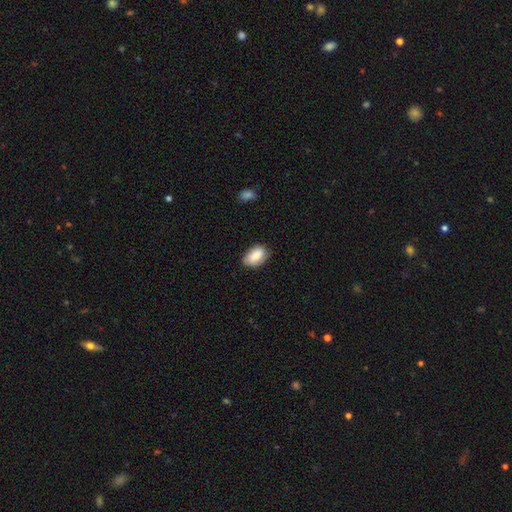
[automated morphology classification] This is likely a smooth galaxy (79%). How rounded: clearly in between (91%). Merging: likely none (75%).